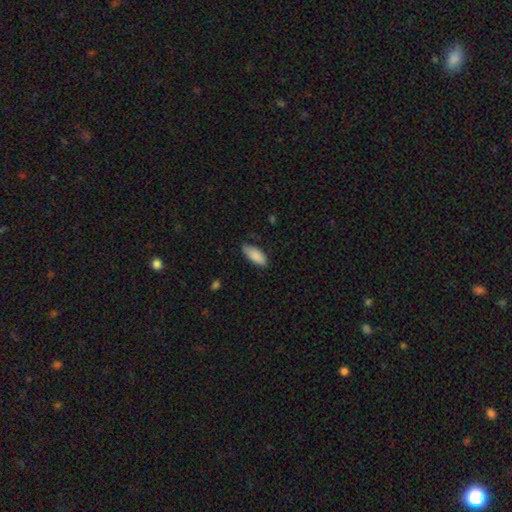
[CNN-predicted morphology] Q: Smooth or featured?
A: smooth (89%); runner-up: star or artifact (6%)
Q: How rounded?
A: in between (82%); runner-up: cigar-shaped (16%)
Q: Merging?
A: none (76%); runner-up: minor disturbance (20%)